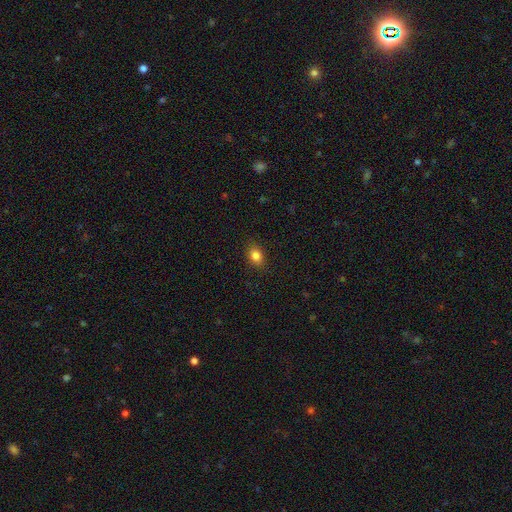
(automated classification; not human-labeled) This appears to be a smooth galaxy with no disk features (84%) that is in between round and cigar-shaped (73%). Merging: none (87%).